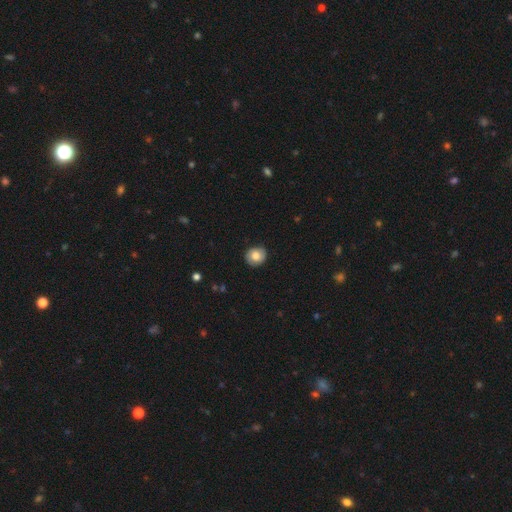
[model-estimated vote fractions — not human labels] Smooth or featured? Predicted: smooth (p=0.76). How rounded? Predicted: round (p=0.84). Merging? Predicted: none (p=0.84).